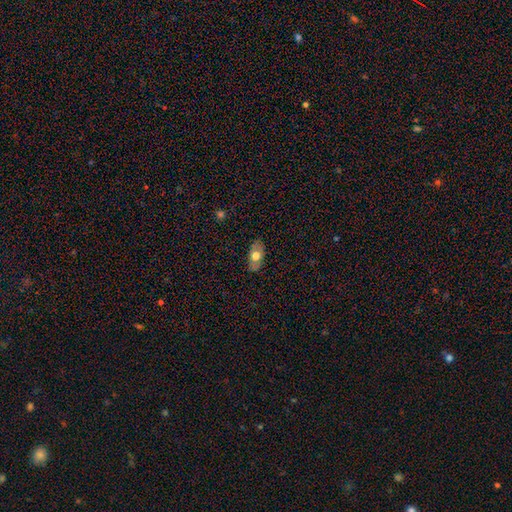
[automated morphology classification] Smooth or featured? smooth (62%)
How rounded? in between (88%)
Merging? none (83%)